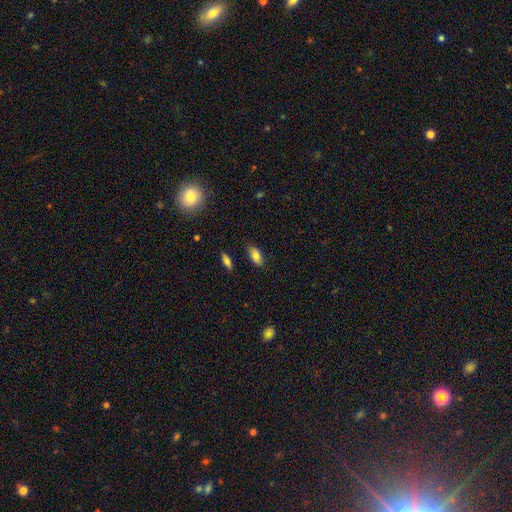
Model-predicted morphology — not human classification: smooth_or_featured: smooth (p=0.79) [alt: featured or disk p=0.13]
how_rounded: in between (p=0.89) [alt: cigar-shaped p=0.08]
merging: none (p=0.84) [alt: minor disturbance p=0.12]